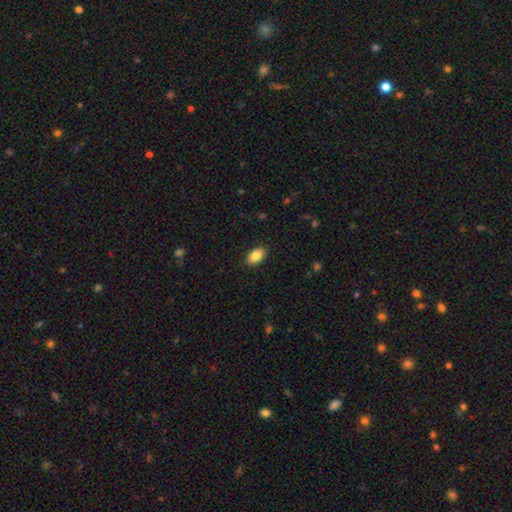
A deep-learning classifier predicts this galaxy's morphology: smooth 85%, star or artifact 8%, featured or disk 8%. Down the decision tree: how rounded — in between (91%); merging — none (89%).